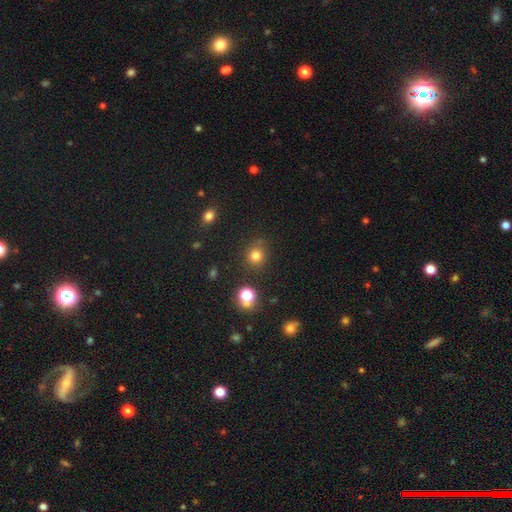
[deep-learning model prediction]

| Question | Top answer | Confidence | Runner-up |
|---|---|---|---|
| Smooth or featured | smooth | 77% | star or artifact (17%) |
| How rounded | round | 88% | in between (11%) |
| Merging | none | 82% | minor disturbance (11%) |